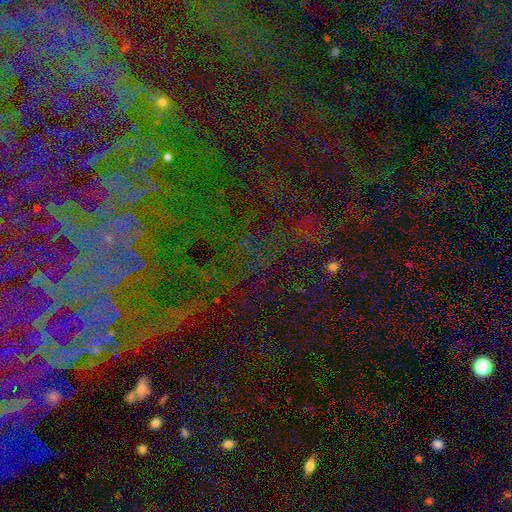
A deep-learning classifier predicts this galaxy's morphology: type=star or artifact (66%).